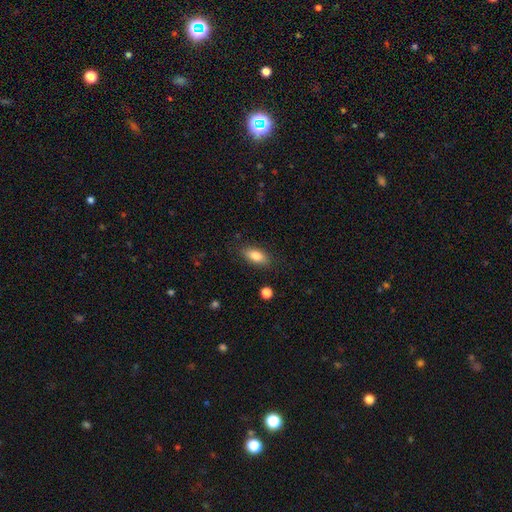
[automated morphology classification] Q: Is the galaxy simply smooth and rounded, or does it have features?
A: smooth — 82%.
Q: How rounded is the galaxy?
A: in between — 85%.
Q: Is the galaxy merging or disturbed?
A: none — 85%.